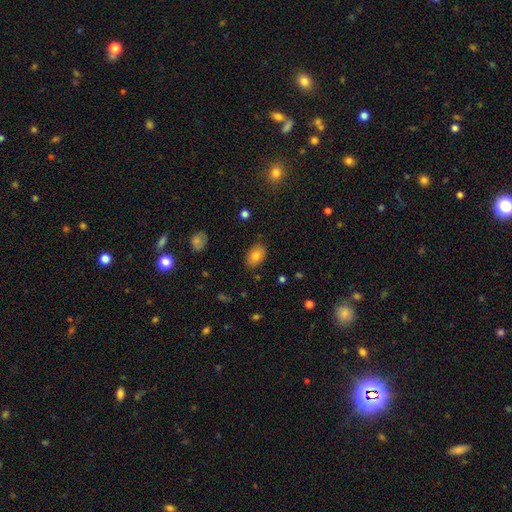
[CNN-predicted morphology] The model was most divided on "smooth or featured": smooth: 81%, featured or disk: 10%, star or artifact: 9%. More confident: how rounded — in between (88%); merging — none (84%).